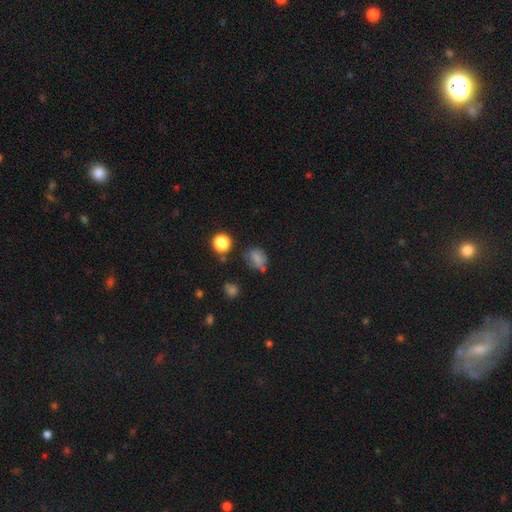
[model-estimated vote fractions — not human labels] A smooth galaxy with no disk features (59%) that is in between round and cigar-shaped (54%). Merging: none (60%).